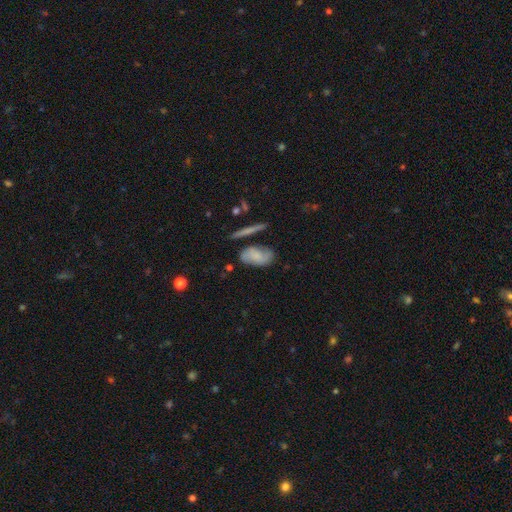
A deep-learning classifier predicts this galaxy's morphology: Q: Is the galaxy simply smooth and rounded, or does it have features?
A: smooth — 55%.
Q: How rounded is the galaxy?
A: in between — 88%.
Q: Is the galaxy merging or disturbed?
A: none — 63%.